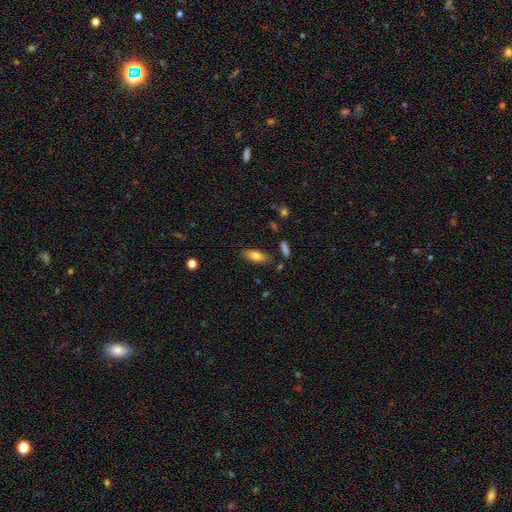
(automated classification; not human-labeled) The model was most divided on "how rounded": in between: 78%, cigar-shaped: 19%, round: 3%. More confident: merging — none (80%); smooth or featured — smooth (77%).